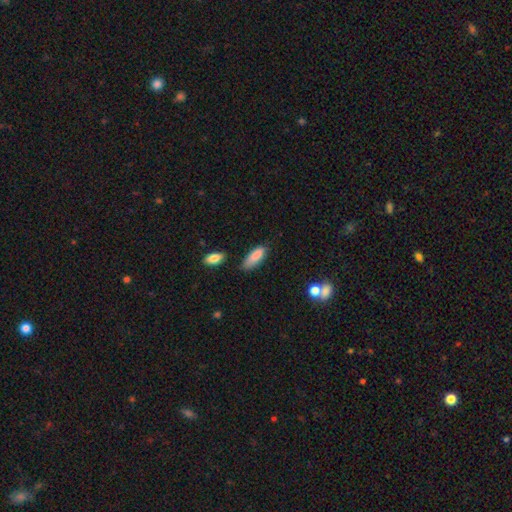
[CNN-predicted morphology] Smooth or featured: smooth — 87% (star or artifact — 7%)
How rounded: in between — 68% (cigar-shaped — 30%)
Merging: none — 67% (minor disturbance — 24%)